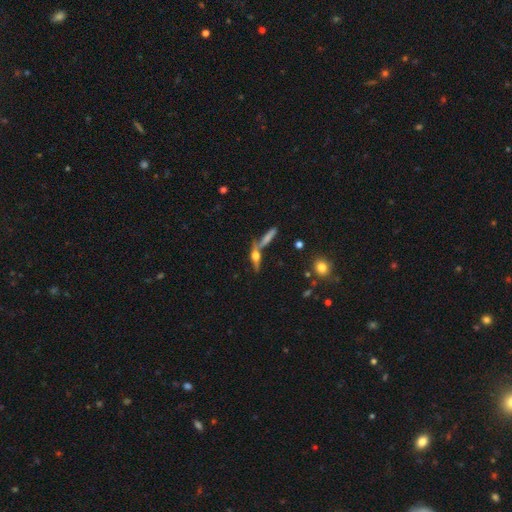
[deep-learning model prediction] The model was most divided on "merging": none: 55%, merger: 29%, minor disturbance: 11%, major disturbance: 5%. More confident: edge-on disk — yes (90%); edge-on bulge — rounded (89%); smooth or featured — featured or disk (61%).